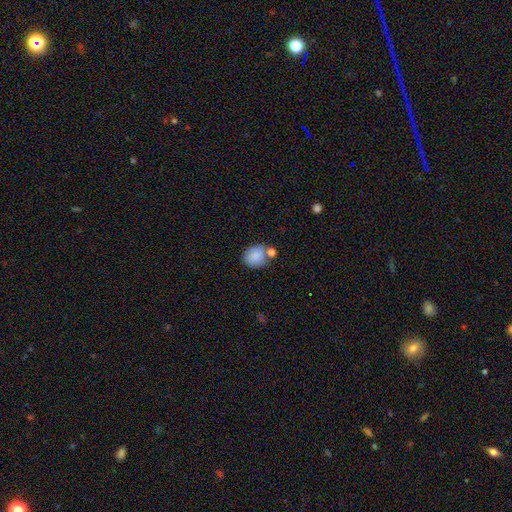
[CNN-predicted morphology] Overall: smooth (86%). How rounded: round (64%; in between 35%). Merging: none (62%).